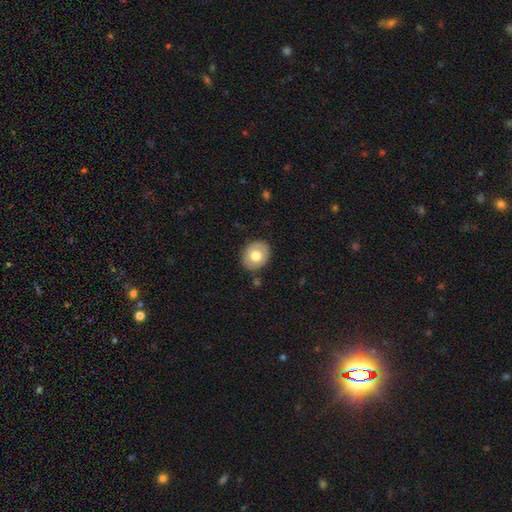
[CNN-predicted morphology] Q: Smooth or featured?
A: smooth (71%); runner-up: featured or disk (22%)
Q: How rounded?
A: round (64%); runner-up: in between (36%)
Q: Merging?
A: none (86%); runner-up: minor disturbance (10%)